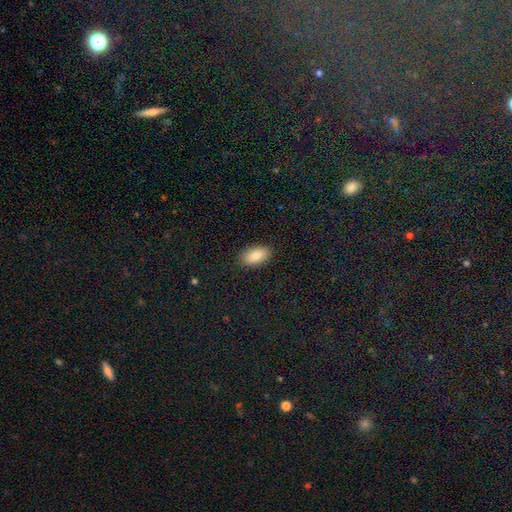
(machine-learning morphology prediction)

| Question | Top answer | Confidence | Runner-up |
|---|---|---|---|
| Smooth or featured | smooth | 85% | featured or disk (8%) |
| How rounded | in between | 93% | round (4%) |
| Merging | none | 88% | minor disturbance (8%) |